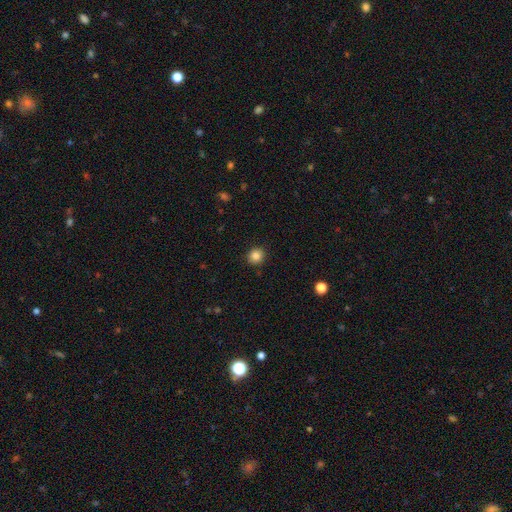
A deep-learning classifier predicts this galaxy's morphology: Smooth or featured: smooth — 85% (star or artifact — 11%)
How rounded: round — 90% (in between — 9%)
Merging: none — 91% (minor disturbance — 6%)